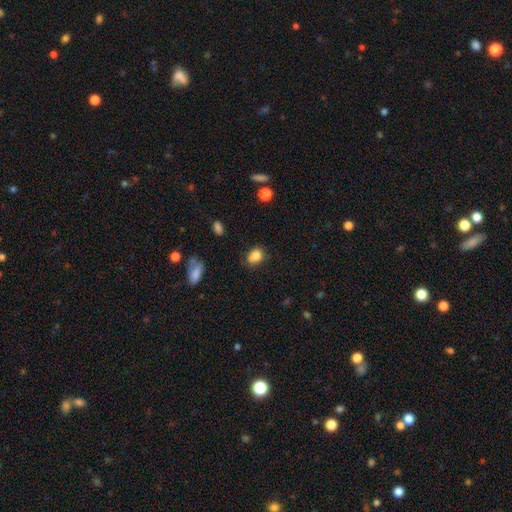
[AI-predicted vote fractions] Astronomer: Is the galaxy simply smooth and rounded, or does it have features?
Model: smooth — 82%.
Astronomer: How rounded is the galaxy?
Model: in between — 54% (runner-up: round, 45%).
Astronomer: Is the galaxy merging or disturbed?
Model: none — 63%.